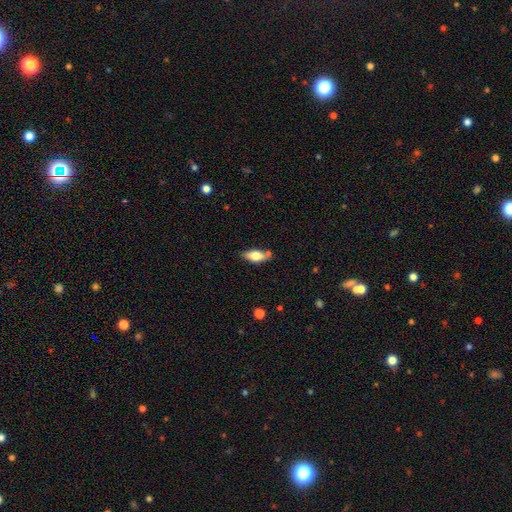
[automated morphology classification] Smooth or featured: smooth — 70% (featured or disk — 24%)
How rounded: in between — 76% (cigar-shaped — 21%)
Merging: none — 73% (minor disturbance — 17%)